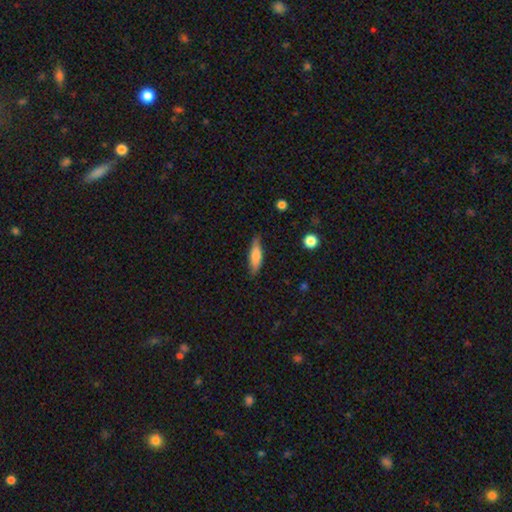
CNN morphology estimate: smooth_or_featured: smooth (p=0.71) [alt: featured or disk p=0.23]
how_rounded: cigar-shaped (p=0.56) [alt: in between p=0.42]
merging: none (p=0.79) [alt: minor disturbance p=0.17]